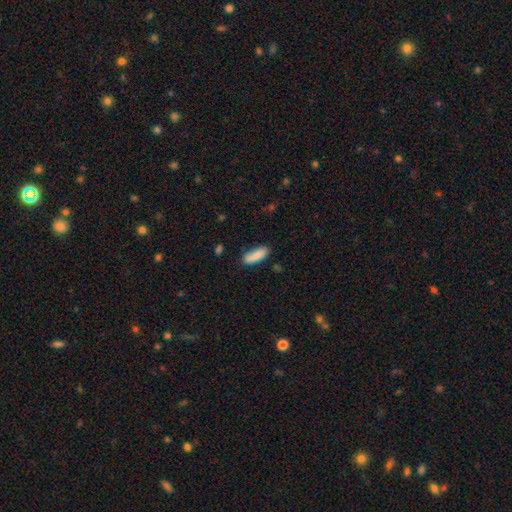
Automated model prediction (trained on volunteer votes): This is clearly a smooth galaxy (86%). How rounded: likely in between (61%). Merging: likely none (76%).